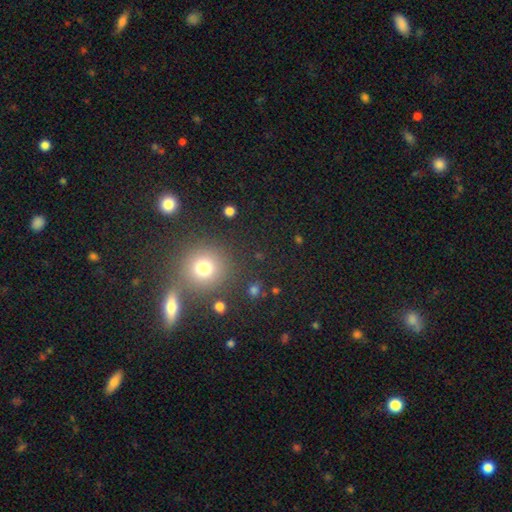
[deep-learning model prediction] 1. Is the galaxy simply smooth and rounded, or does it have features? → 58% smooth, 32% star or artifact, 10% featured or disk.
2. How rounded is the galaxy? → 90% round, 9% in between, 1% cigar-shaped.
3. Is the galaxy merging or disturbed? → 71% none, 17% merger, 8% minor disturbance, 4% major disturbance.